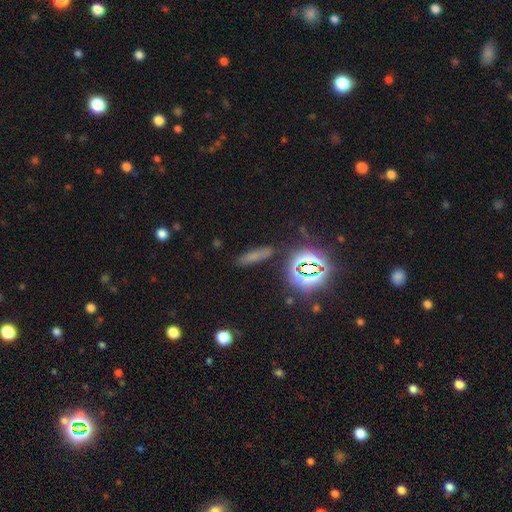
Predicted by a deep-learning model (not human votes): smooth-or-featured: smooth: 59% | star or artifact: 28% | featured or disk: 13%
  how-rounded: cigar-shaped: 77% | in between: 18% | round: 5%
  merging: none: 83% | minor disturbance: 11% | major disturbance: 4% | merger: 3%